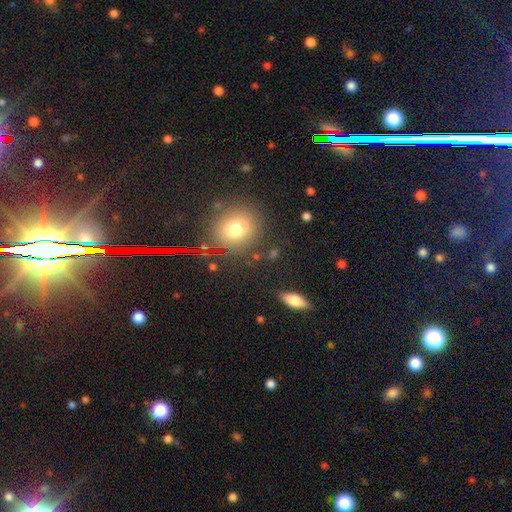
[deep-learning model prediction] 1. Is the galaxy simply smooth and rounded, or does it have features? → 53% star or artifact, 31% smooth, 16% featured or disk.